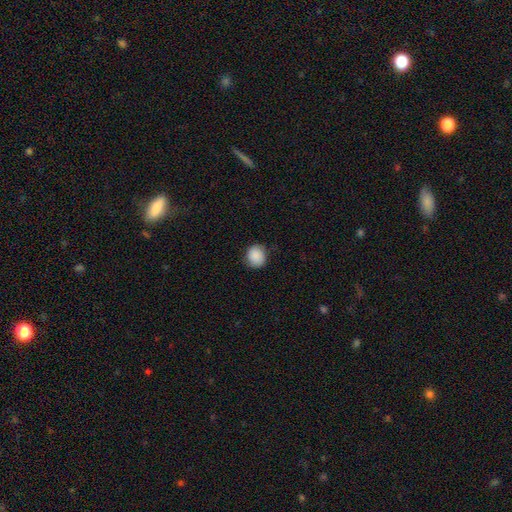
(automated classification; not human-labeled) This is clearly a smooth galaxy (87%). How rounded: likely round (77%). Merging: clearly none (81%).